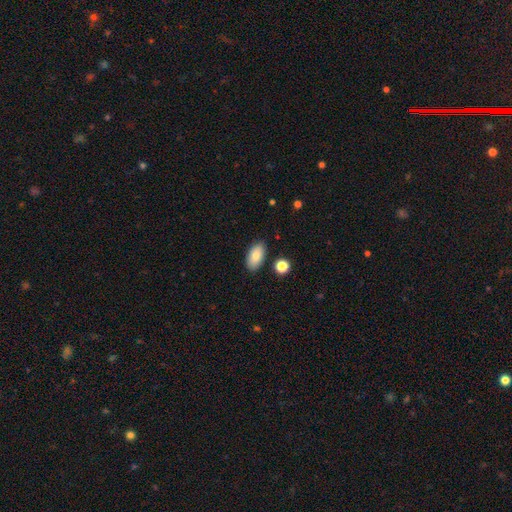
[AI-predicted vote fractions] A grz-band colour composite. It shows a smooth galaxy with no disk features (80%) that is in between round and cigar-shaped (93%). Merging: none (85%).